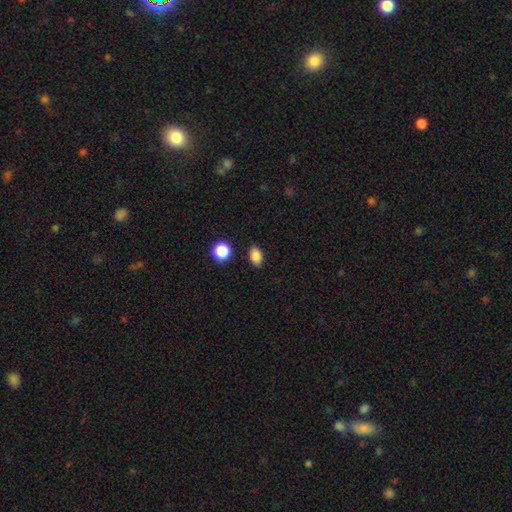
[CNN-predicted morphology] Smooth or featured? Predicted: smooth (p=0.86). How rounded? Predicted: in between (p=0.78). Merging? Predicted: none (p=0.85).